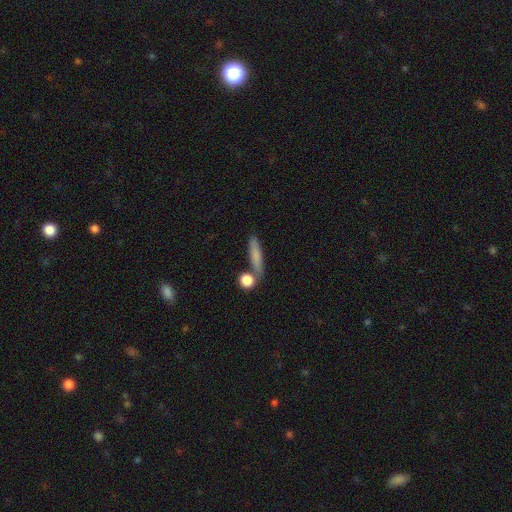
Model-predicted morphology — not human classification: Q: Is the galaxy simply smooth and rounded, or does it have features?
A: smooth — 73%.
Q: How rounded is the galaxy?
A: cigar-shaped — 75%.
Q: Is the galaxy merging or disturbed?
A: none — 71%.